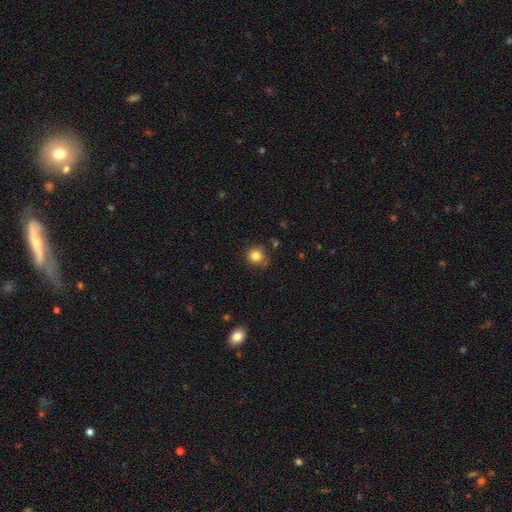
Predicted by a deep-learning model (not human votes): A smooth galaxy with no disk features (82%) that is round (91%). Merging: none (77%).